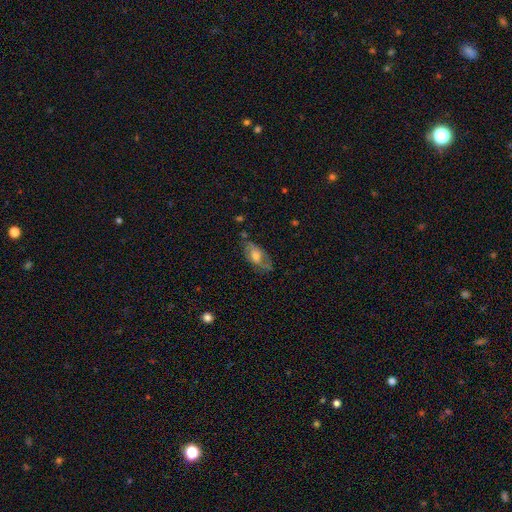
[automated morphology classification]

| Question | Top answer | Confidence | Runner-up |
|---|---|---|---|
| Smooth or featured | featured or disk | 53% | smooth (39%) |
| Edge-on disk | no | 88% | yes (12%) |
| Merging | none | 65% | minor disturbance (23%) |